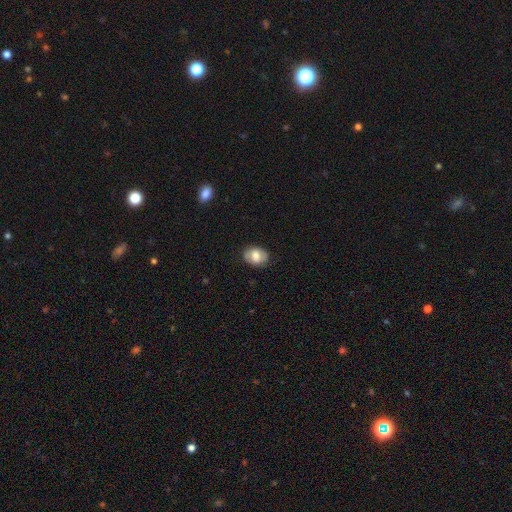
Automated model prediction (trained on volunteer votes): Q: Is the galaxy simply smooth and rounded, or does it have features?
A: smooth — 66%.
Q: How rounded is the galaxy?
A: in between — 68%.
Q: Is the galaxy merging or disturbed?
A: none — 81%.